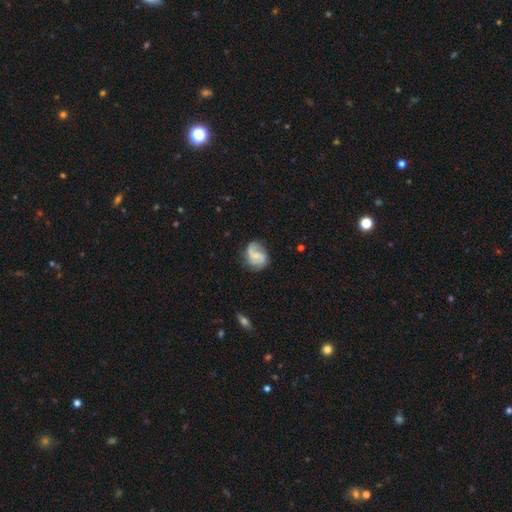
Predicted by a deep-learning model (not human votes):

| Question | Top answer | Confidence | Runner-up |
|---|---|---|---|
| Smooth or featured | featured or disk | 70% | smooth (23%) |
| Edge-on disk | no | 98% | yes (2%) |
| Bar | weak | 44% | tied: no (44%) |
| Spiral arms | yes | 93% | no (7%) |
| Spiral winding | medium | 42% | tied: loose (42%) |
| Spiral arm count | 2 | 81% | can't tell (7%) |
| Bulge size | small | 42% | none (34%) |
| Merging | none | 71% | minor disturbance (19%) |